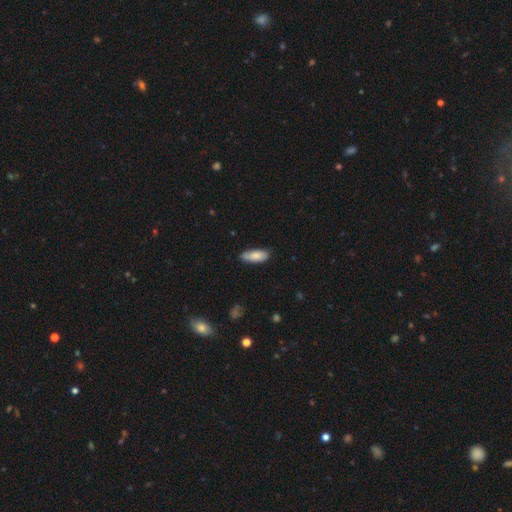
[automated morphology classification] Q: Smooth or featured?
A: smooth (83%); runner-up: featured or disk (12%)
Q: How rounded?
A: in between (76%); runner-up: cigar-shaped (22%)
Q: Merging?
A: none (72%); runner-up: minor disturbance (23%)